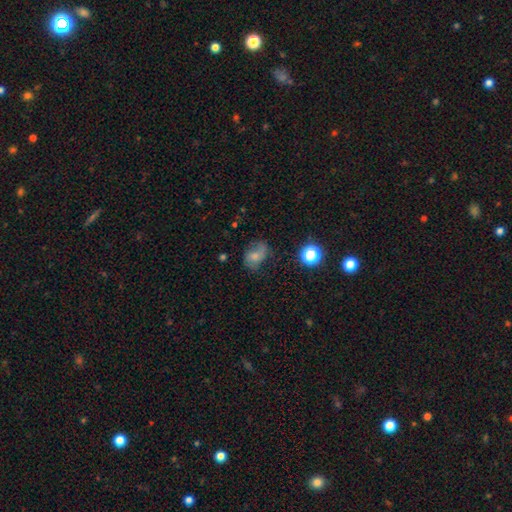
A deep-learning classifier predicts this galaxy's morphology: smooth 60%, featured or disk 26%, star or artifact 14%. Down the decision tree: how rounded — in between (71%); merging — none (48%).